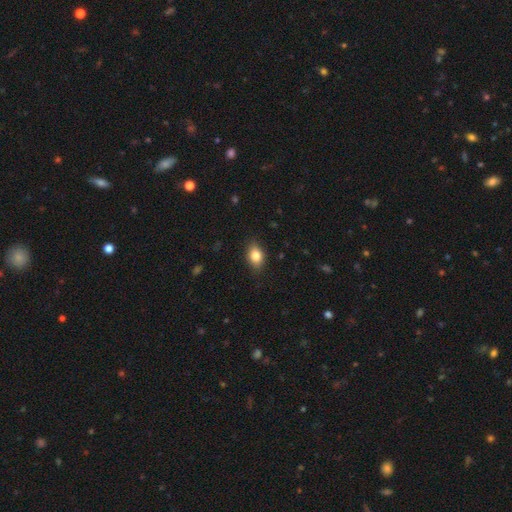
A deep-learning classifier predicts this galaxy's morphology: Smooth or featured? smooth (83%)
How rounded? in between (78%)
Merging? none (84%)